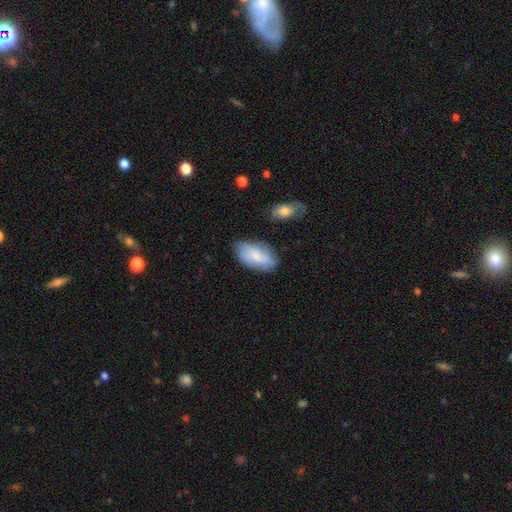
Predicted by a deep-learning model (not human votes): Smooth or featured? Predicted: smooth (p=0.76). How rounded? Predicted: in between (p=0.93). Merging? Predicted: none (p=0.71).